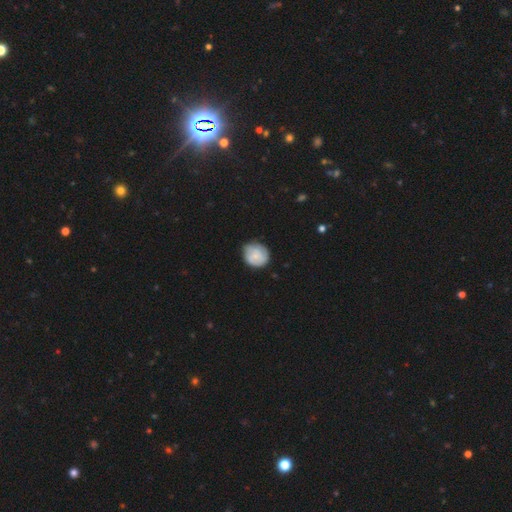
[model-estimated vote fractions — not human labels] Smooth or featured? Predicted: smooth (p=0.68). How rounded? Predicted: round (p=0.76). Merging? Predicted: none (p=0.64).